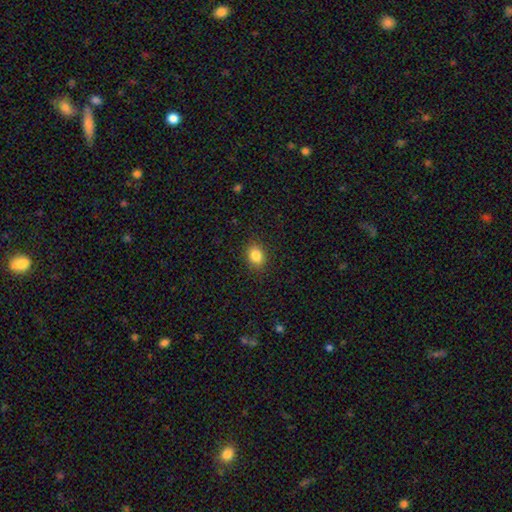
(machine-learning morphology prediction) smooth-or-featured: smooth: 85% | star or artifact: 10% | featured or disk: 5%
  how-rounded: in between: 62% | round: 37% | cigar-shaped: 1%
  merging: none: 88% | minor disturbance: 9% | major disturbance: 2% | merger: 1%